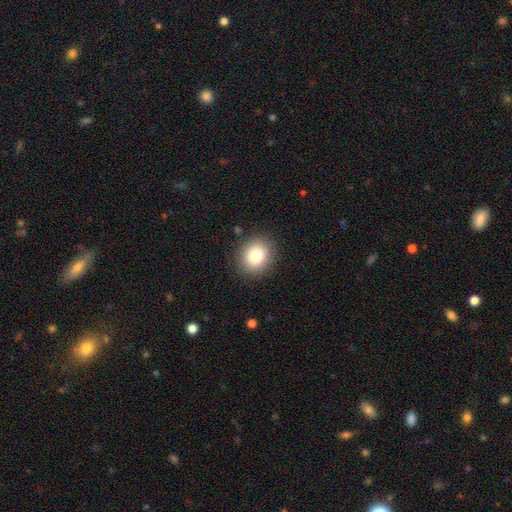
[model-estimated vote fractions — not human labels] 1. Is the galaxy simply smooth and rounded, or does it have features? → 86% smooth, 9% star or artifact, 6% featured or disk.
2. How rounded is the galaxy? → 71% round, 29% in between, 1% cigar-shaped.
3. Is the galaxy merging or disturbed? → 88% none, 8% minor disturbance, 3% major disturbance, 1% merger.